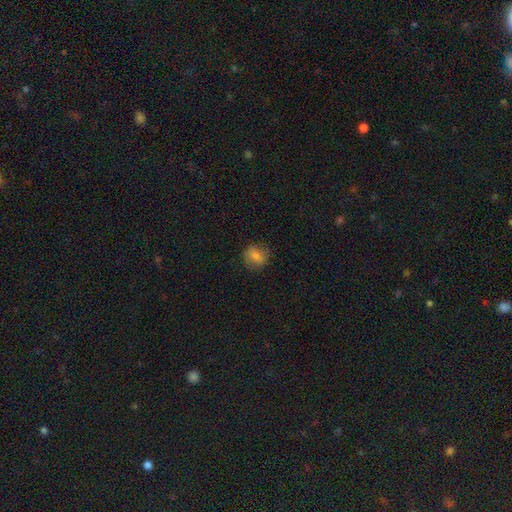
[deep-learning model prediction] smooth_or_featured: smooth (p=0.72) [alt: featured or disk p=0.14]
how_rounded: round (p=0.75) [alt: in between p=0.24]
merging: none (p=0.79) [alt: minor disturbance p=0.16]